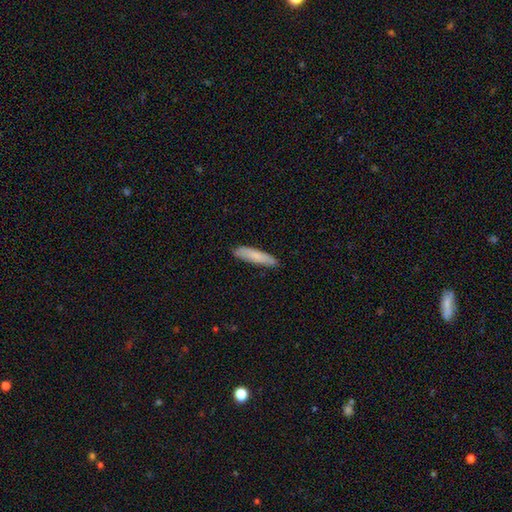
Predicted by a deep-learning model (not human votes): The model was most divided on "smooth or featured": smooth: 76%, featured or disk: 18%, star or artifact: 6%. More confident: merging — none (82%); how rounded — cigar-shaped (81%).